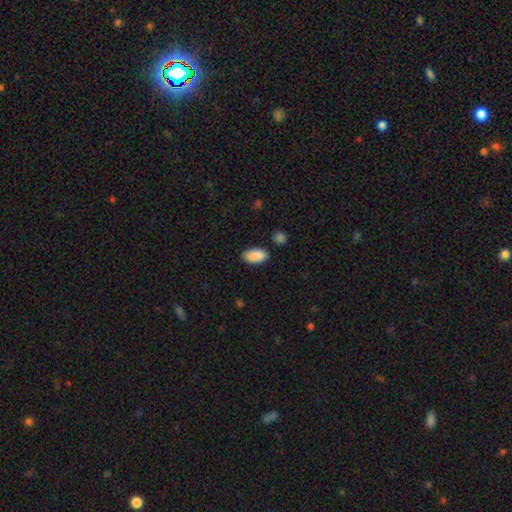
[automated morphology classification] A smooth galaxy with no disk features (90%) that is in between round and cigar-shaped (94%). Merging: none (81%).